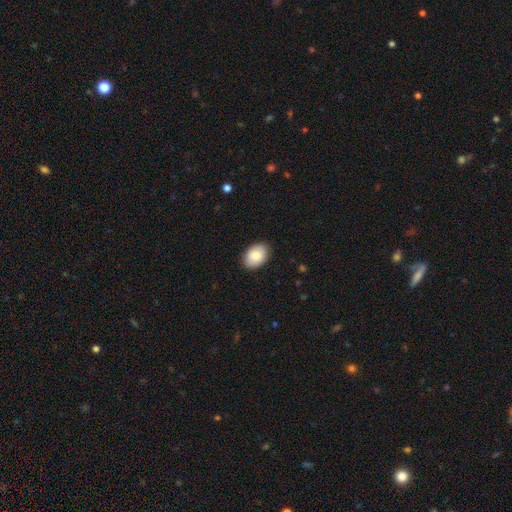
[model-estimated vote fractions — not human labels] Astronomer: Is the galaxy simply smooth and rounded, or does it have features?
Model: smooth — 84%.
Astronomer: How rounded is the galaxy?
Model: in between — 84%.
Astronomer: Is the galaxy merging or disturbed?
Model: none — 88%.